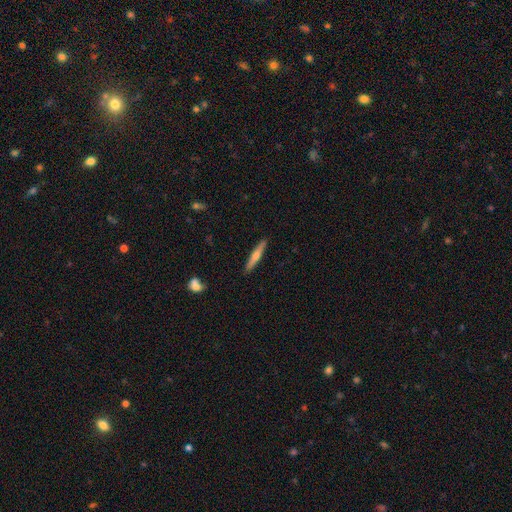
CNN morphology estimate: smooth_or_featured: featured or disk (p=0.52) [alt: smooth p=0.42]
disk_edge_on: yes (p=0.96) [alt: no p=0.04]
merging: none (p=0.91) [alt: minor disturbance p=0.07]